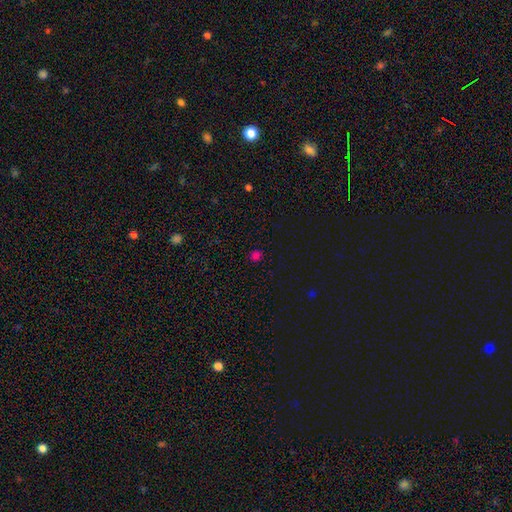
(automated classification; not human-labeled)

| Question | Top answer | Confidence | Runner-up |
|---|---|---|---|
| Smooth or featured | smooth | 71% | star or artifact (25%) |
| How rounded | round | 85% | in between (14%) |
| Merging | none | 89% | minor disturbance (7%) |